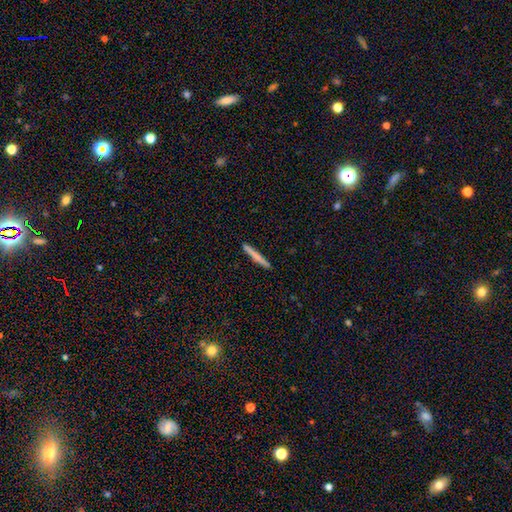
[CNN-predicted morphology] smooth-or-featured: smooth: 69% | featured or disk: 25% | star or artifact: 6%
  how-rounded: cigar-shaped: 97% | in between: 2% | round: 1%
  merging: none: 92% | minor disturbance: 6% | major disturbance: 1% | merger: 1%